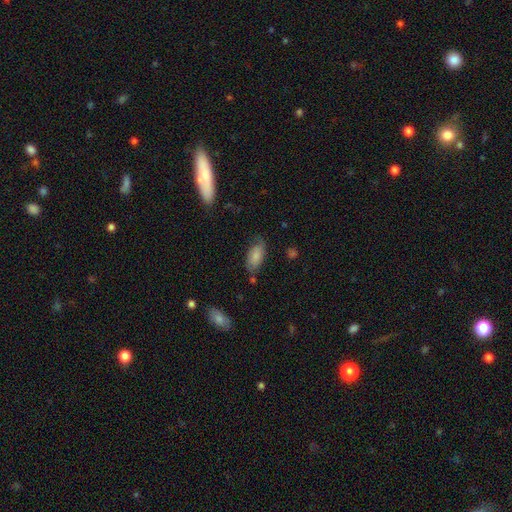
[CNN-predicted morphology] Smooth or featured: smooth — 77% (featured or disk — 16%)
How rounded: in between — 89% (cigar-shaped — 8%)
Merging: none — 65% (minor disturbance — 25%)